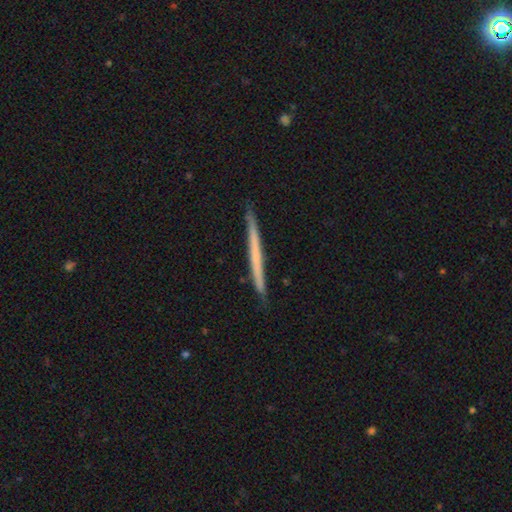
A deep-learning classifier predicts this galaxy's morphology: This is possibly a featured or disk galaxy (49%). Merging: clearly none (91%).